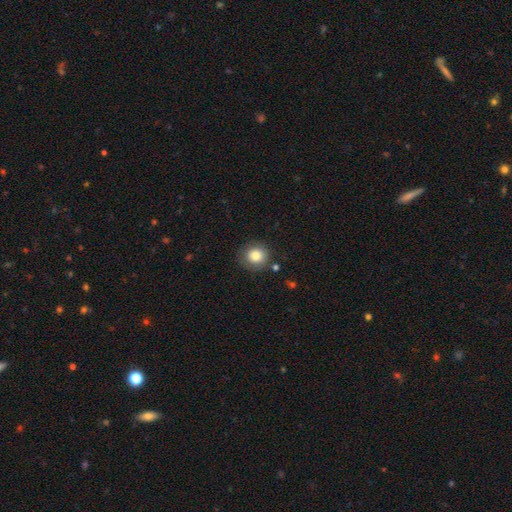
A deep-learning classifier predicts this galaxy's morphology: Smooth or featured? Predicted: smooth (p=0.82). How rounded? Predicted: round (p=0.88). Merging? Predicted: none (p=0.81).